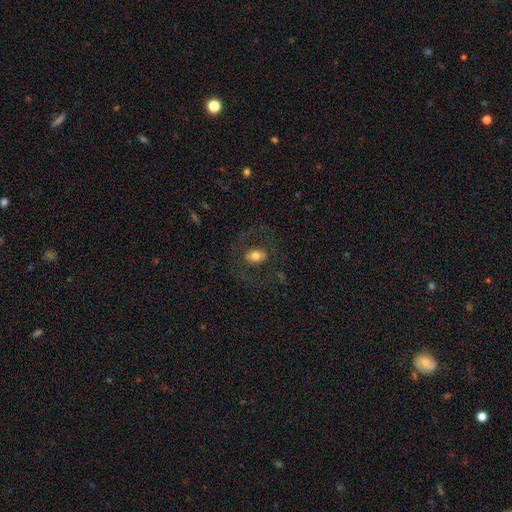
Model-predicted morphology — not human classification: smooth_or_featured: smooth (p=0.57) [alt: featured or disk p=0.33]
how_rounded: in between (p=0.71) [alt: round p=0.28]
merging: none (p=0.73) [alt: major disturbance p=0.13]